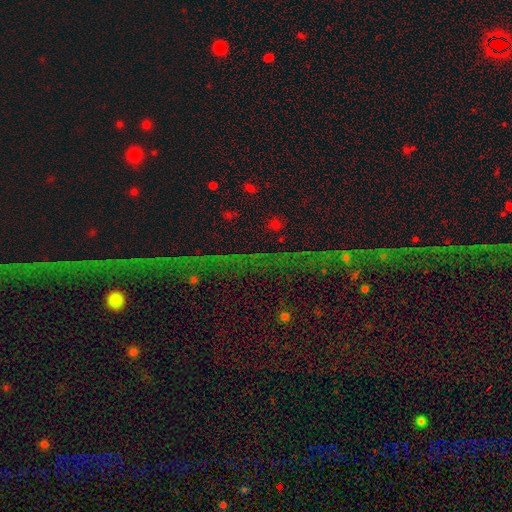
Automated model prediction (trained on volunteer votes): smooth-or-featured: star or artifact: 76% | featured or disk: 12% | smooth: 12%